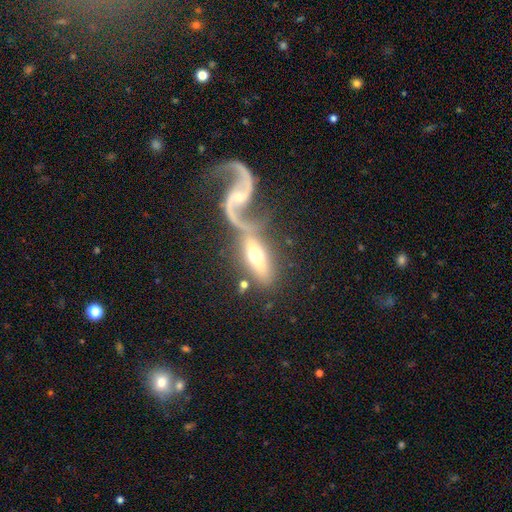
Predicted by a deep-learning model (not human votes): A featured or disk galaxy (55%).

Vote fractions:
- Smooth or featured? featured or disk: 55% / smooth: 38% / star or artifact: 7%
- Edge-on disk? no: 52% / yes: 48%
- Merging? merger: 48% / none: 31% / minor disturbance: 11% / major disturbance: 10%